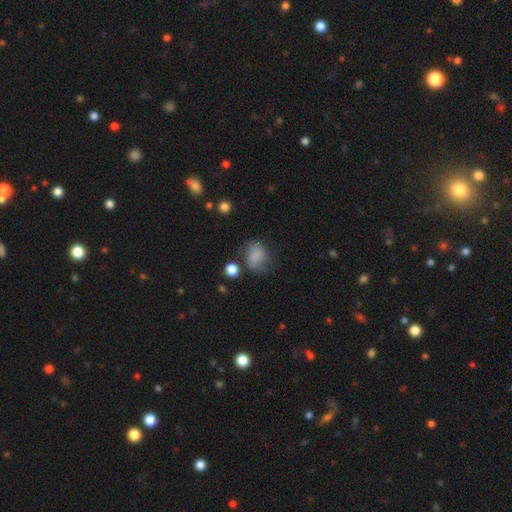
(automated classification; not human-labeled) Morphology: type=smooth (76%); roundness=in between (55%); merging=none (51%).